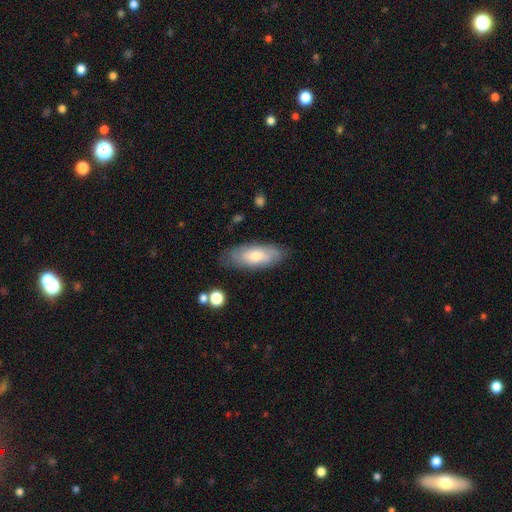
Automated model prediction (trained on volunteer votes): The model was most divided on "smooth or featured": smooth: 57%, featured or disk: 36%, star or artifact: 7%. More confident: merging — none (77%); how rounded — in between (74%).